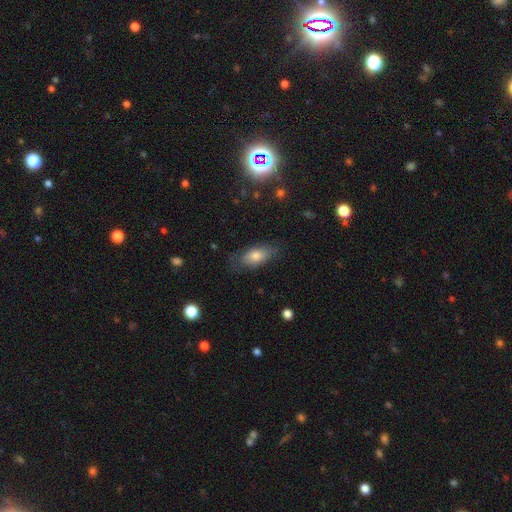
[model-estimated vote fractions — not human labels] Smooth or featured?
  - smooth: 72% *
  - featured or disk: 20%
  - star or artifact: 8%
How rounded?
  - in between: 87% *
  - cigar-shaped: 8%
  - round: 4%
Merging?
  - none: 69% *
  - minor disturbance: 22%
  - major disturbance: 7%
  - merger: 1%